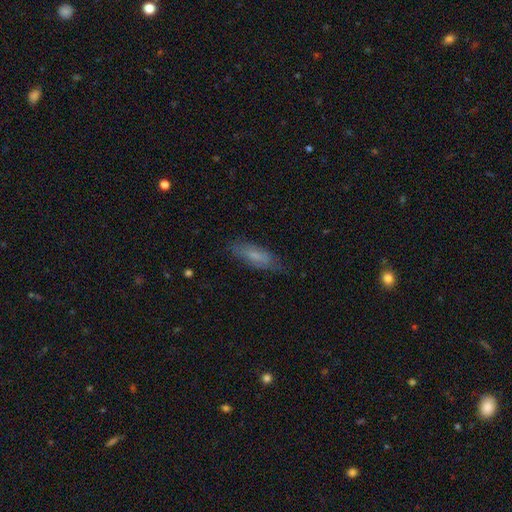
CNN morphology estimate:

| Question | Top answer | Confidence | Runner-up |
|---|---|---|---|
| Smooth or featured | smooth | 66% | featured or disk (27%) |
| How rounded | in between | 54% | cigar-shaped (44%) |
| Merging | none | 74% | minor disturbance (19%) |